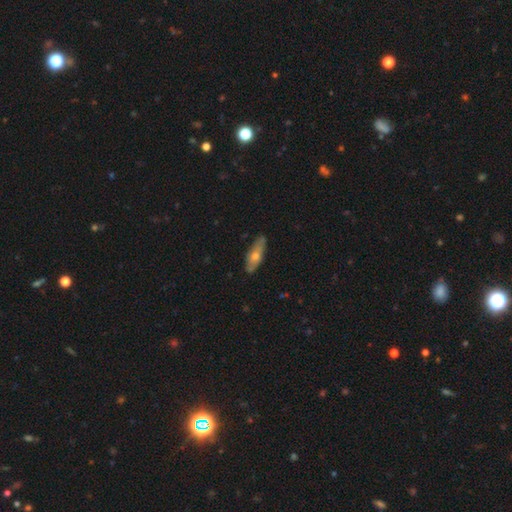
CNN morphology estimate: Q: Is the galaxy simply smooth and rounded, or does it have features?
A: smooth — 47%.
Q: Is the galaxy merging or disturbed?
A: none — 82%.